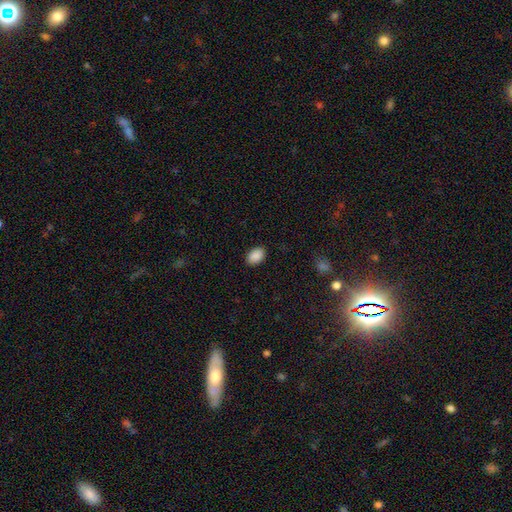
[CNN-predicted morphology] type=smooth (90%); roundness=in between (89%); merging=none (88%).